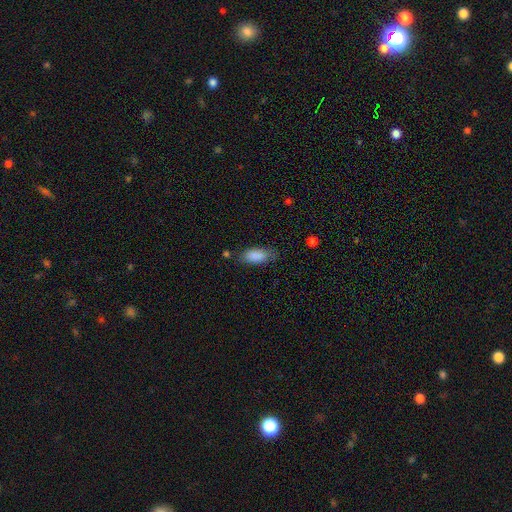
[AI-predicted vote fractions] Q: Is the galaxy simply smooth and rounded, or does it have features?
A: smooth — 87%.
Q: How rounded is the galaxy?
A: in between — 84%.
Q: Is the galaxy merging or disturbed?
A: none — 72%.